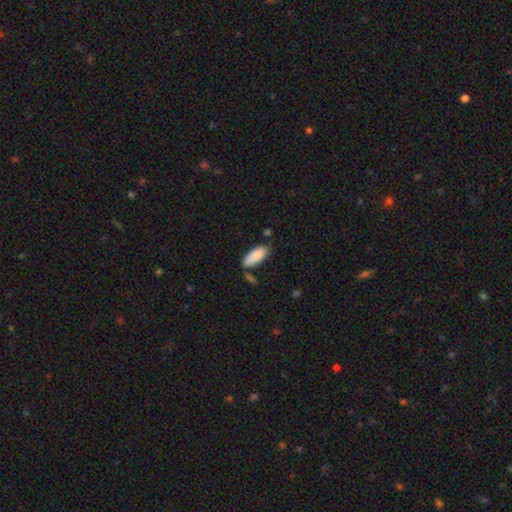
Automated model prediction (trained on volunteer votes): This appears to be a smooth galaxy with no disk features (88%) that is in between round and cigar-shaped (82%). Merging: none (65%).